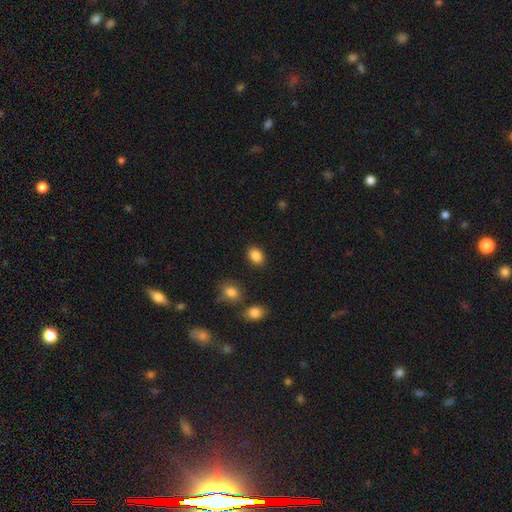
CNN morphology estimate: The model was most divided on "how rounded": in between: 76%, round: 23%, cigar-shaped: 1%. More confident: smooth or featured — smooth (86%); merging — none (86%).